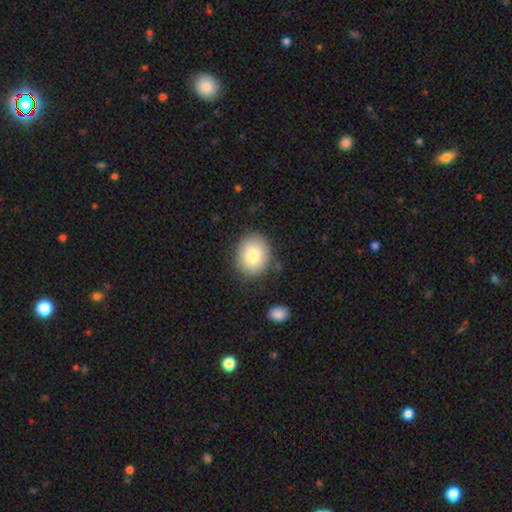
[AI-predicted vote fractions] The model was most divided on "how rounded": round: 61%, in between: 38%, cigar-shaped: 1%. More confident: merging — none (82%); smooth or featured — smooth (79%).